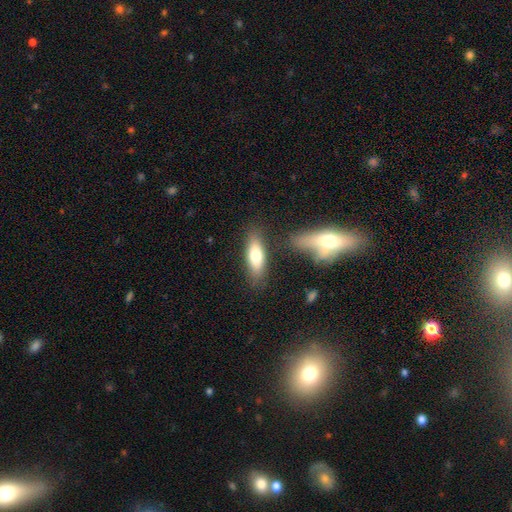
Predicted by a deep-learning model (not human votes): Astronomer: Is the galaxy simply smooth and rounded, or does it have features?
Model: smooth — 72%.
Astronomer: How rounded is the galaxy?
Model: in between — 63%.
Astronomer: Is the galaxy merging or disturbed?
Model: none — 76%.